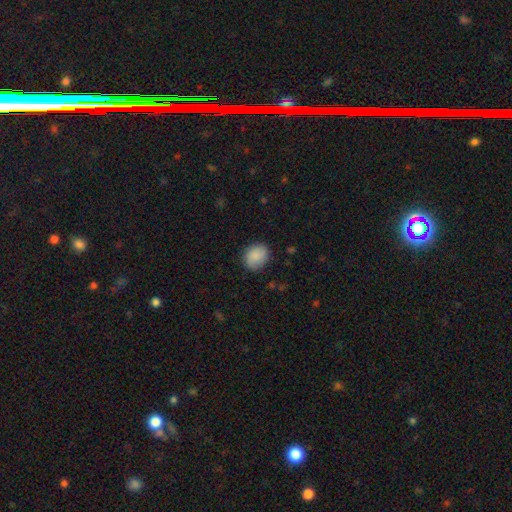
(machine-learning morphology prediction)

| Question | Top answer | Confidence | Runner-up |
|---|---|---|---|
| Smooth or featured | smooth | 87% | star or artifact (7%) |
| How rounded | round | 59% | in between (40%) |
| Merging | none | 82% | minor disturbance (14%) |